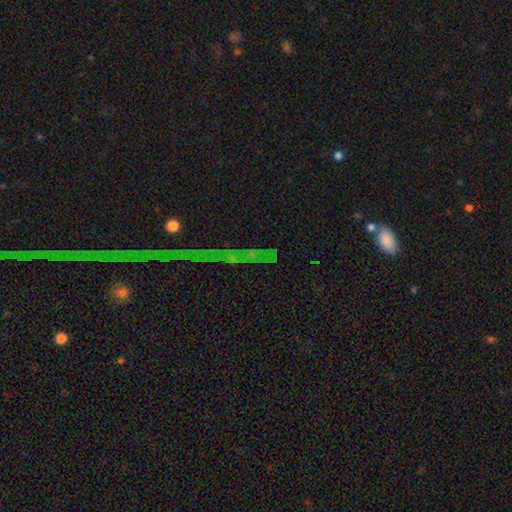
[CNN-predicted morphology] Overall: star or artifact (70%).